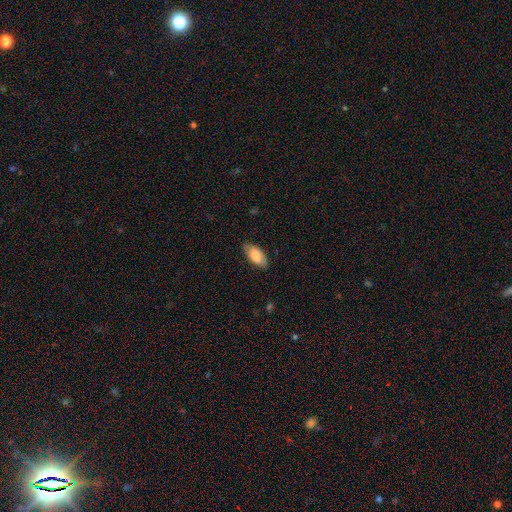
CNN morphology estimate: A smooth galaxy with no disk features (74%) that is in between round and cigar-shaped (92%).

Vote fractions:
- Smooth or featured? smooth: 74% / featured or disk: 19% / star or artifact: 6%
- How rounded? in between: 92% / cigar-shaped: 6% / round: 2%
- Merging? none: 79% / minor disturbance: 16% / major disturbance: 3% / merger: 1%